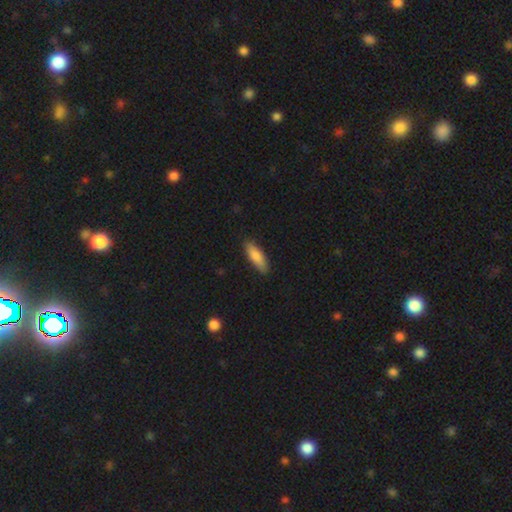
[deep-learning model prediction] This appears to be a smooth galaxy with no disk features (84%) that is cigar-shaped (49%, tied with in between). Merging: none (85%).